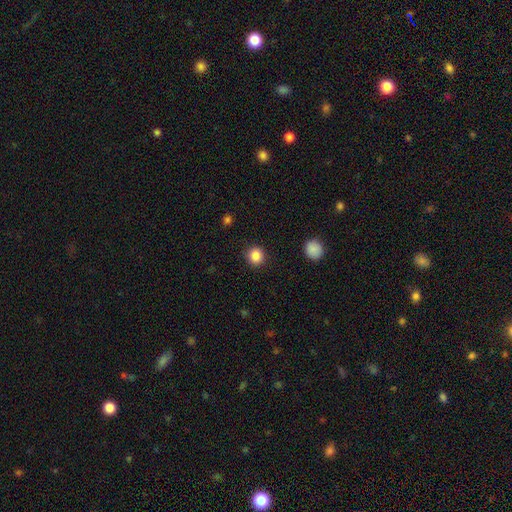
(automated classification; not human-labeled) Smooth or featured: smooth — 86% (star or artifact — 10%)
How rounded: round — 93% (in between — 6%)
Merging: none — 91% (minor disturbance — 5%)